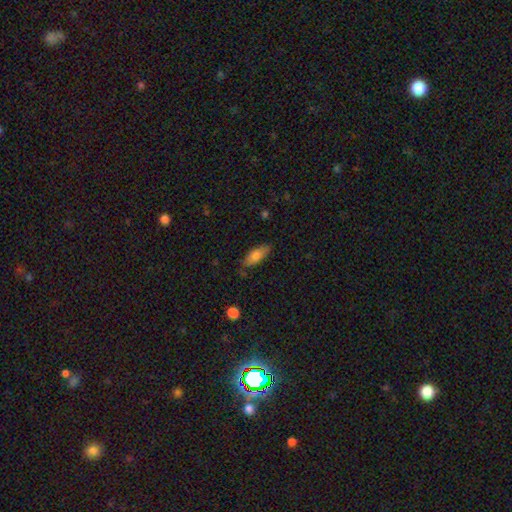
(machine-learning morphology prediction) This is likely a smooth galaxy (77%). How rounded: likely in between (71%). Merging: likely none (77%).